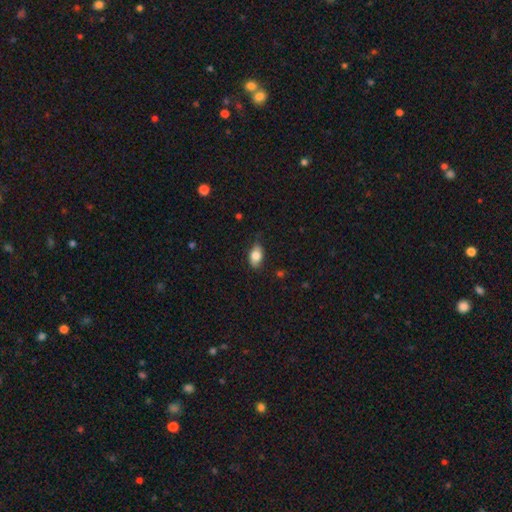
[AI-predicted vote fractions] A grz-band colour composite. It shows a smooth galaxy with no disk features (80%) that is in between round and cigar-shaped (90%). Merging: none (76%).